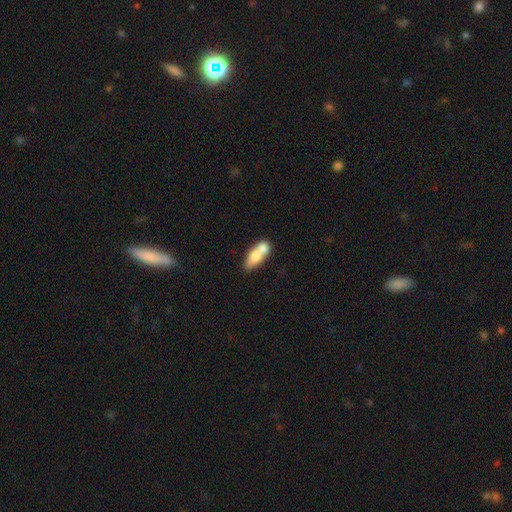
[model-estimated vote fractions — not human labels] Overall: smooth (66%; featured or disk 27%). How rounded: in between (65%). Merging: merger (58%; none 27%).